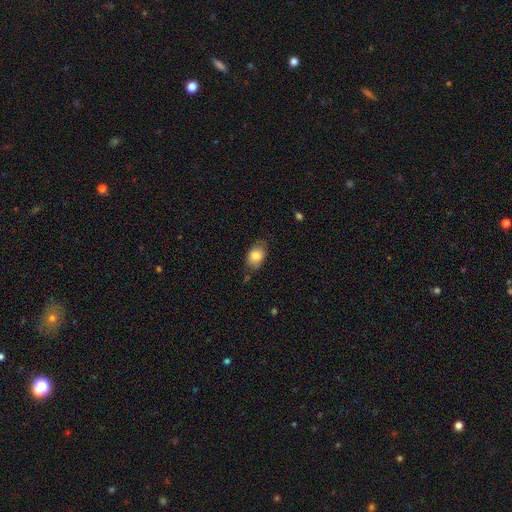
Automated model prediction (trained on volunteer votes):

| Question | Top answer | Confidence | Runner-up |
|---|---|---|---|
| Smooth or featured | smooth | 81% | featured or disk (12%) |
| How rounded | in between | 79% | round (20%) |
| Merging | none | 68% | minor disturbance (24%) |